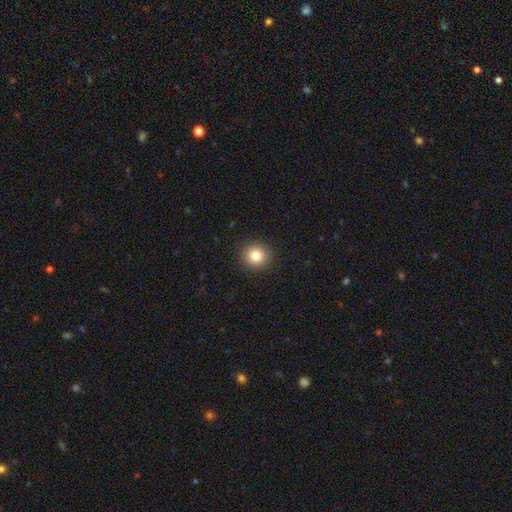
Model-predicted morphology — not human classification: Overall: smooth (83%). How rounded: round (92%). Merging: none (91%).